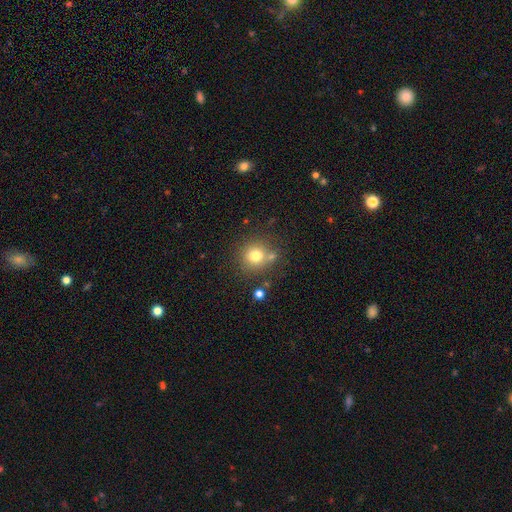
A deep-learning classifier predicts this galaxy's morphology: This is likely a smooth galaxy (76%). How rounded: clearly round (89%). Merging: likely none (71%).